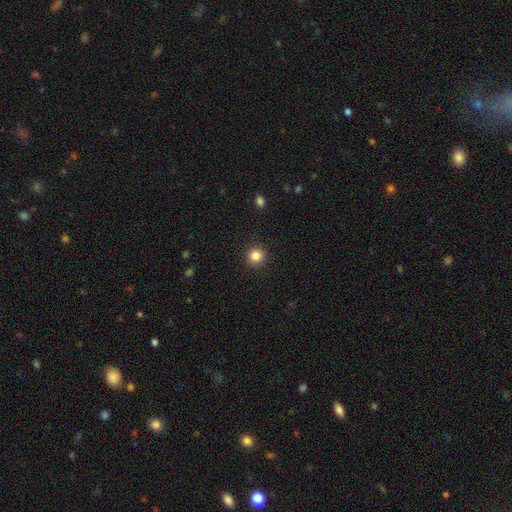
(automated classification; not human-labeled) Smooth or featured: smooth — 85% (star or artifact — 11%)
How rounded: round — 95% (in between — 4%)
Merging: none — 92% (minor disturbance — 5%)